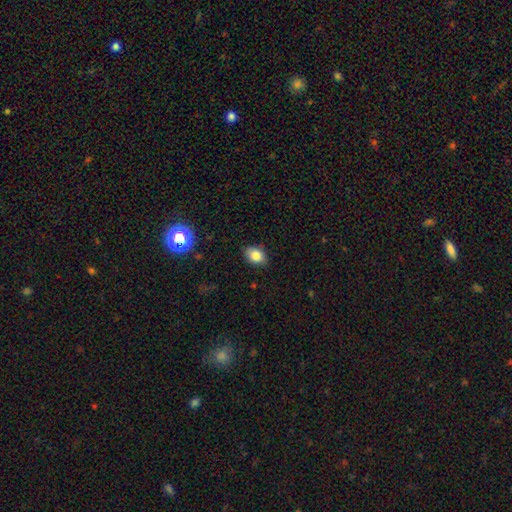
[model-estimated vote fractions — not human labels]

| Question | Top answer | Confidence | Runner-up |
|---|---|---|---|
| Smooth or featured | smooth | 82% | star or artifact (11%) |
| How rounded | in between | 72% | round (27%) |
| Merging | none | 82% | minor disturbance (14%) |